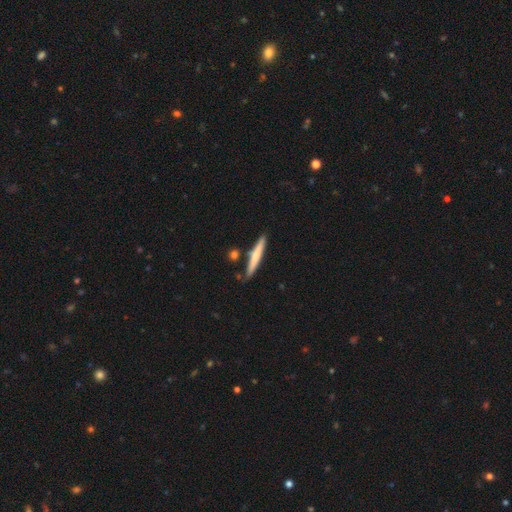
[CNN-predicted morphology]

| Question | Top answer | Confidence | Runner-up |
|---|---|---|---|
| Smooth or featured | smooth | 56% | featured or disk (38%) |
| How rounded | cigar-shaped | 95% | in between (4%) |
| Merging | none | 82% | minor disturbance (10%) |